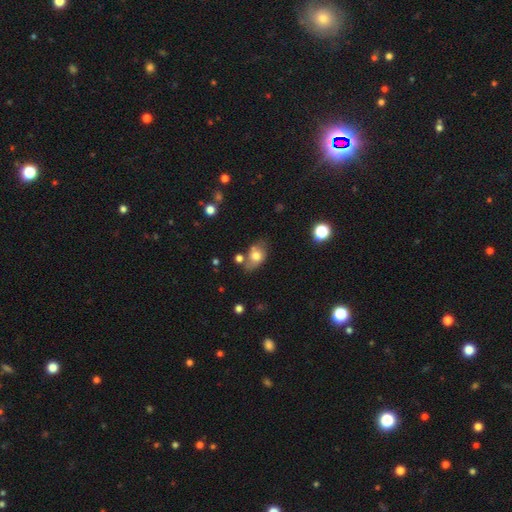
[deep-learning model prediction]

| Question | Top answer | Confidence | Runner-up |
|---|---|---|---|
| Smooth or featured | smooth | 68% | featured or disk (22%) |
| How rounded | in between | 80% | round (18%) |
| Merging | none | 56% | minor disturbance (24%) |